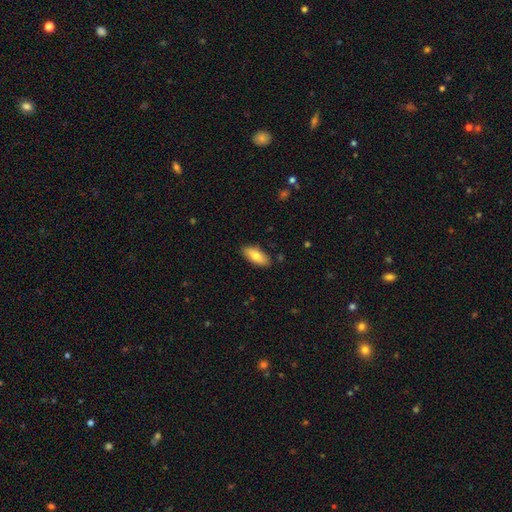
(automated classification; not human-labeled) Smooth or featured? Predicted: smooth (p=0.78). How rounded? Predicted: in between (p=0.82). Merging? Predicted: none (p=0.86).